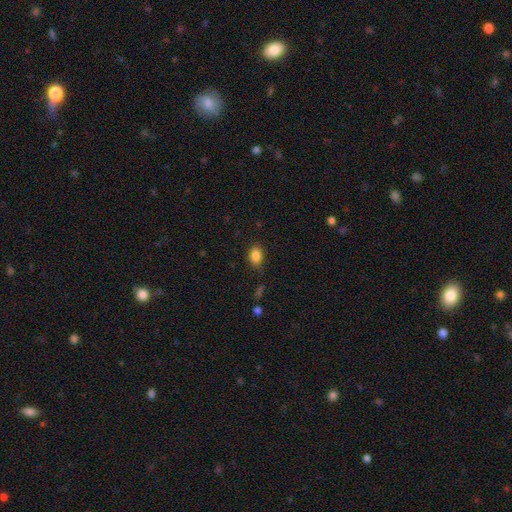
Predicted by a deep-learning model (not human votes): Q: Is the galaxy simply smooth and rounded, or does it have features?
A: smooth — 86%.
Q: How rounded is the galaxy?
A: in between — 76%.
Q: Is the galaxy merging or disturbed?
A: none — 81%.